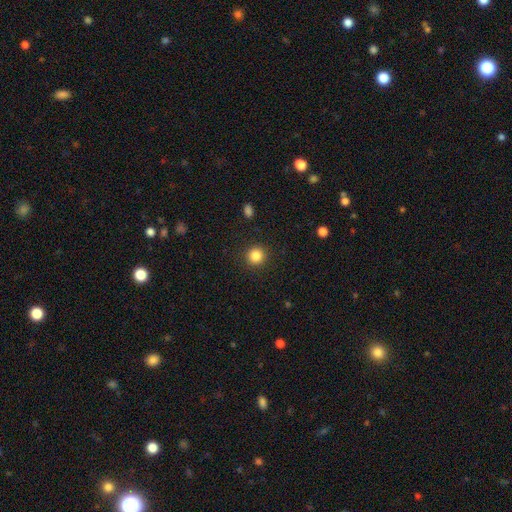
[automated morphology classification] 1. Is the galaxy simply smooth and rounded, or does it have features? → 85% smooth, 11% star or artifact, 4% featured or disk.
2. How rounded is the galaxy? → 93% round, 6% in between, 1% cigar-shaped.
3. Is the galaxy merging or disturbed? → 91% none, 5% minor disturbance, 2% major disturbance, 1% merger.